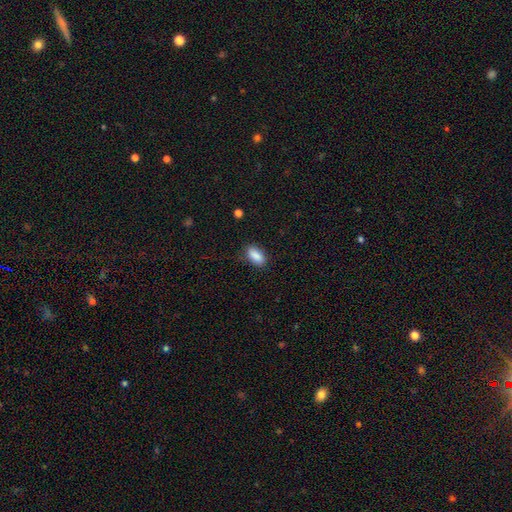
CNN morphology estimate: Q: Smooth or featured?
A: smooth (89%); runner-up: star or artifact (7%)
Q: How rounded?
A: in between (90%); runner-up: cigar-shaped (6%)
Q: Merging?
A: none (83%); runner-up: minor disturbance (13%)